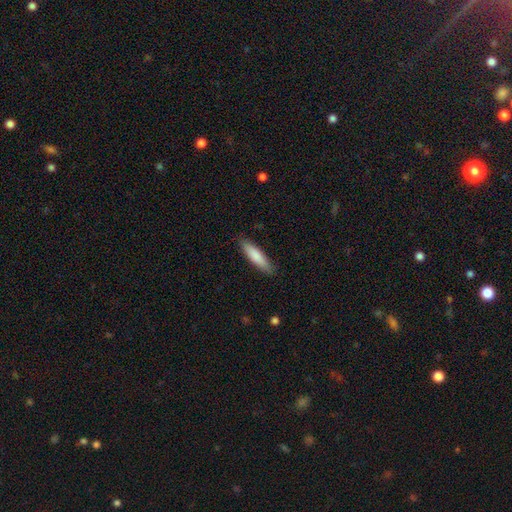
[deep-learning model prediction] Smooth or featured? smooth (81%)
How rounded? cigar-shaped (77%)
Merging? none (88%)